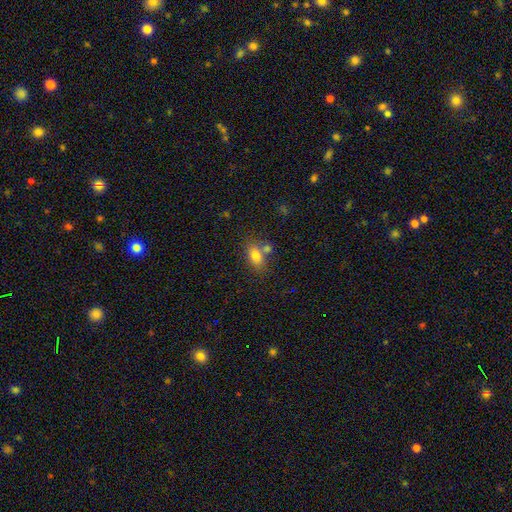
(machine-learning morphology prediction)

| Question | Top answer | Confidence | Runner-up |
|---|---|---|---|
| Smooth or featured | smooth | 78% | featured or disk (12%) |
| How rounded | in between | 82% | round (15%) |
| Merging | none | 53% | merger (27%) |